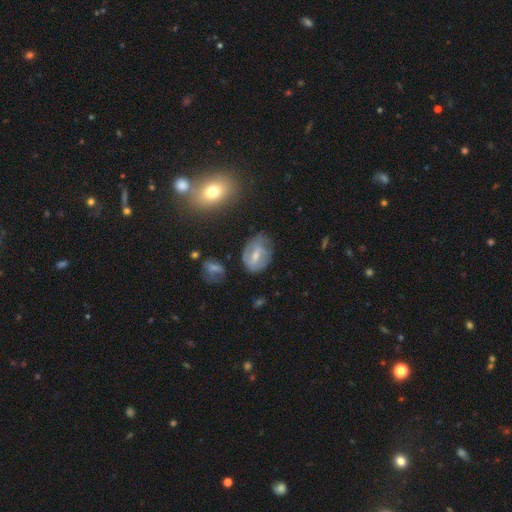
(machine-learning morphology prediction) A featured or disk galaxy (59%) with a weak bar (50%), spiral arms (68%) and a small central bulge (52%). Merging: none (55%).